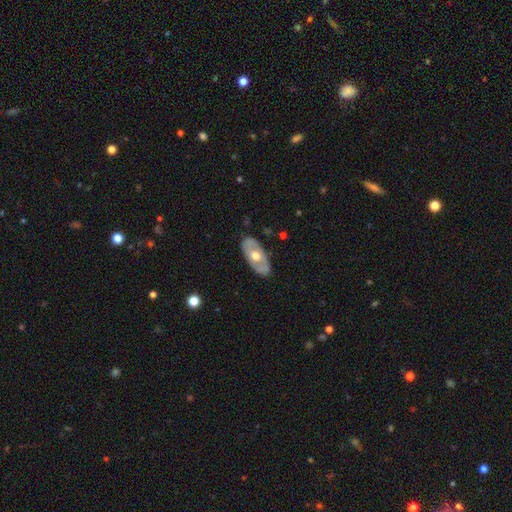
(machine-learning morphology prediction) Smooth or featured? featured or disk (56%)
Edge-on disk? no (83%)
Merging? none (84%)